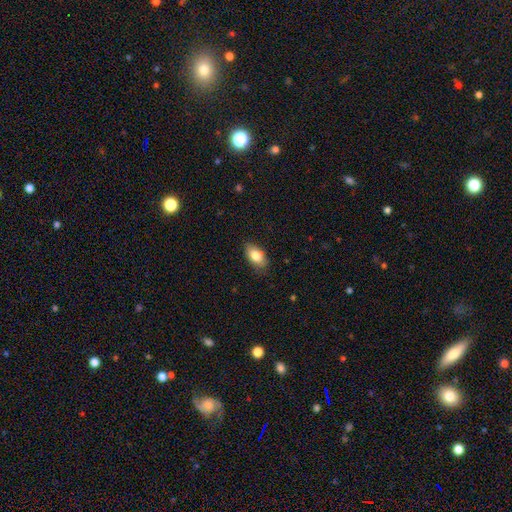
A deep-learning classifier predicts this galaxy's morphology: A smooth galaxy with no disk features (81%) that is in between round and cigar-shaped (90%).

Vote fractions:
- Smooth or featured? smooth: 81% / featured or disk: 11% / star or artifact: 7%
- How rounded? in between: 90% / round: 7% / cigar-shaped: 4%
- Merging? none: 79% / minor disturbance: 17% / major disturbance: 3% / merger: 1%